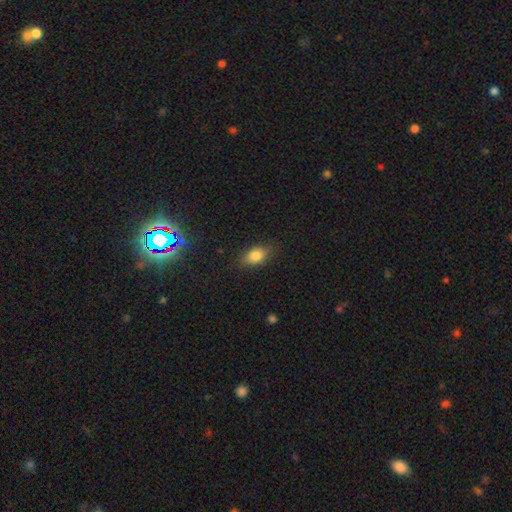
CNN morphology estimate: Smooth or featured? smooth (82%)
How rounded? in between (84%)
Merging? none (83%)